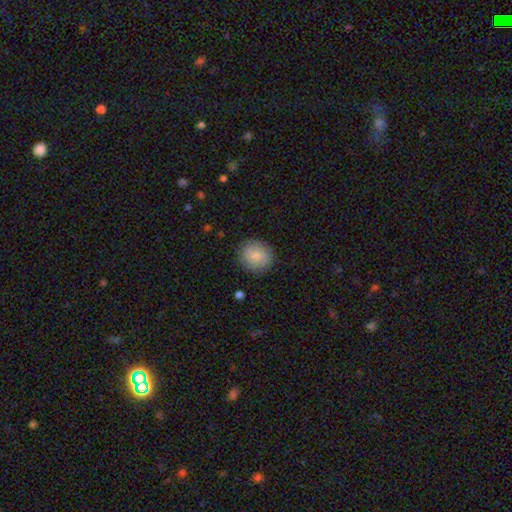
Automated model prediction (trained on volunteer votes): A smooth galaxy with no disk features (86%) that is round (81%).

Vote fractions:
- Smooth or featured? smooth: 86% / featured or disk: 7% / star or artifact: 7%
- How rounded? round: 81% / in between: 18% / cigar-shaped: 1%
- Merging? none: 86% / minor disturbance: 10% / major disturbance: 3% / merger: 1%